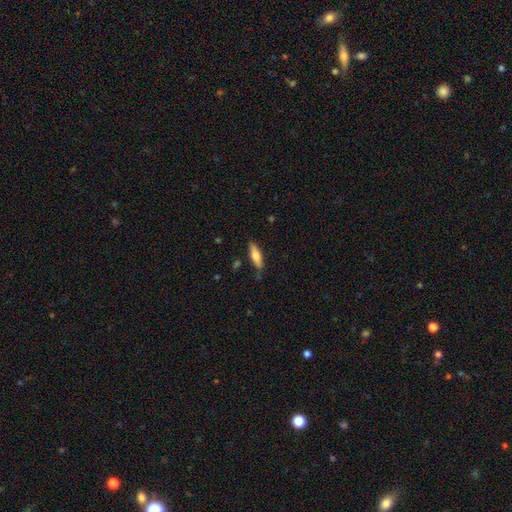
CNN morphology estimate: A smooth galaxy with no disk features (67%) that is cigar-shaped (55%). Merging: none (80%).